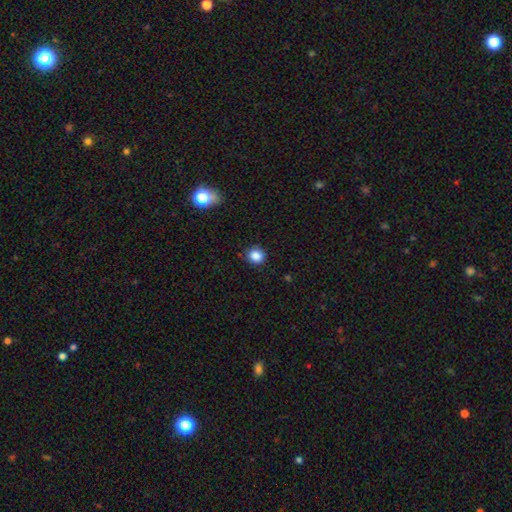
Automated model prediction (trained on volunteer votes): Smooth or featured?
  - smooth: 86% *
  - star or artifact: 11%
  - featured or disk: 3%
How rounded?
  - round: 86% *
  - in between: 13%
  - cigar-shaped: 1%
Merging?
  - none: 87% *
  - minor disturbance: 10%
  - major disturbance: 2%
  - merger: 1%